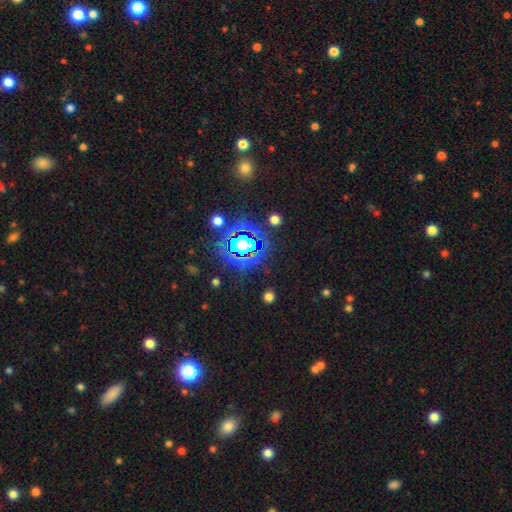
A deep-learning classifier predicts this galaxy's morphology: type=star or artifact (82%).